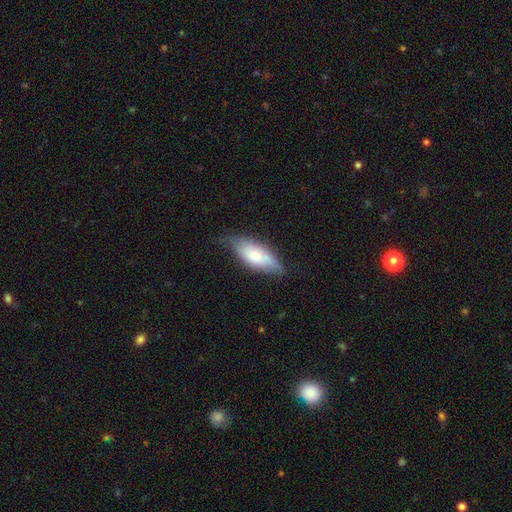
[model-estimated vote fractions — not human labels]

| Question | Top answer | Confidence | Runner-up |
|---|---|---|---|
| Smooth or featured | smooth | 59% | featured or disk (34%) |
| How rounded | in between | 80% | cigar-shaped (17%) |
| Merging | none | 53% | minor disturbance (35%) |